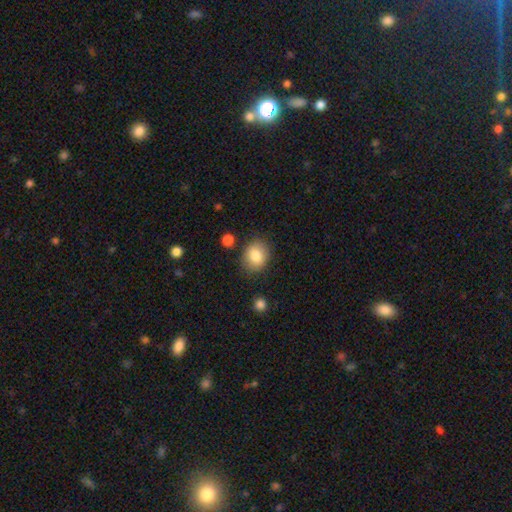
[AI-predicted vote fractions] This appears to be a smooth galaxy with no disk features (82%) that is round (59%). Merging: none (81%).